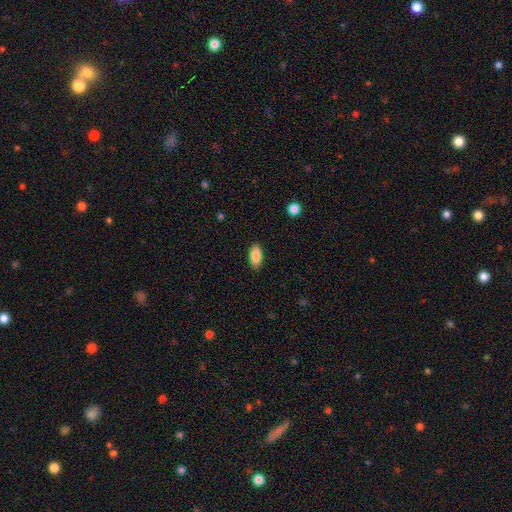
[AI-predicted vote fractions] smooth_or_featured: smooth (p=0.88) [alt: star or artifact p=0.07]
how_rounded: in between (p=0.90) [alt: cigar-shaped p=0.07]
merging: none (p=0.87) [alt: minor disturbance p=0.10]